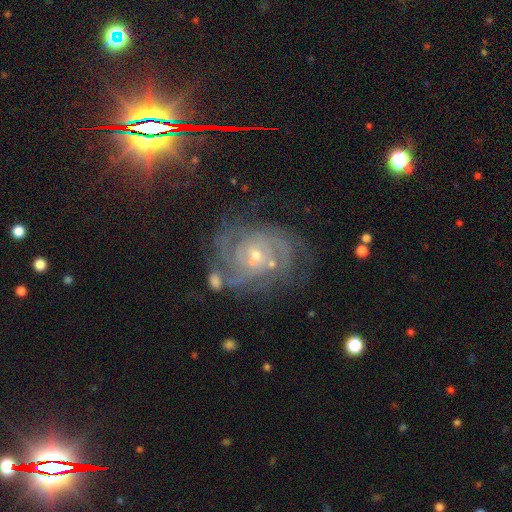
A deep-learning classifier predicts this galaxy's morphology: Smooth or featured?
  - featured or disk: 82% *
  - star or artifact: 12%
  - smooth: 6%
Edge-on disk?
  - no: 97% *
  - yes: 3%
Bar?
  - no: 54% *
  - weak: 36%
  - strong: 9%
Spiral arms?
  - yes: 96% *
  - no: 4%
Spiral winding?
  - tight: 63% *
  - medium: 31%
  - loose: 7%
Spiral arm count?
  - can't tell: 30% *
  - 2: 22%
  - 3: 20%
  - 4: 13%
  - more than 4: 7%
  - 1: 6%
Bulge size?
  - small: 68% *
  - moderate: 27%
  - none: 3%
  - large: 1%
  - dominant: 1%
Merging?
  - none: 65% *
  - minor disturbance: 18%
  - major disturbance: 11%
  - merger: 7%